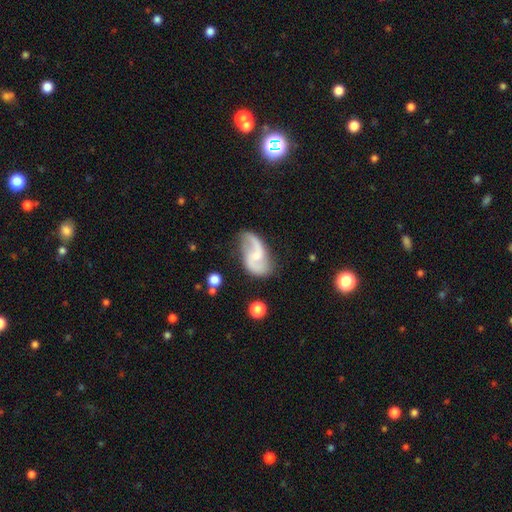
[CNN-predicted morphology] A featured or disk galaxy (84%) with no bar (44%, tied with weak), 2 (90%) loose (66%) spiral arms (95%) and a small central bulge (56%). Merging: none (67%).